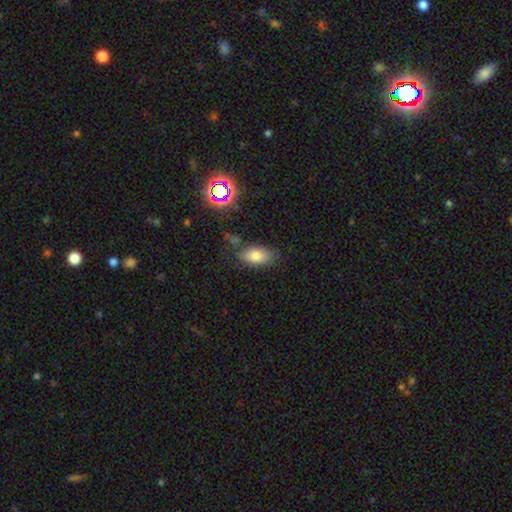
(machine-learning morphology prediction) Smooth or featured? Predicted: smooth (p=0.78). How rounded? Predicted: in between (p=0.90). Merging? Predicted: none (p=0.72).